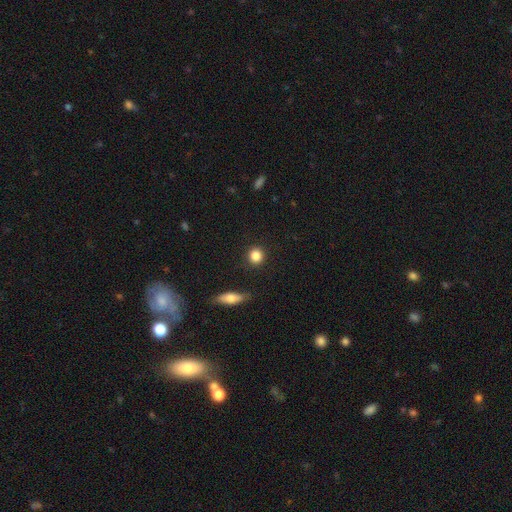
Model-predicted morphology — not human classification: Q: Smooth or featured?
A: smooth (86%); runner-up: star or artifact (9%)
Q: How rounded?
A: round (89%); runner-up: in between (9%)
Q: Merging?
A: none (90%); runner-up: minor disturbance (6%)